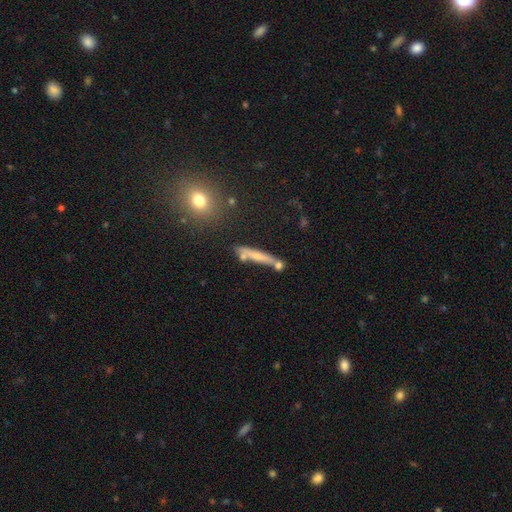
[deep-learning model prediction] Smooth or featured: smooth — 53% (featured or disk — 36%)
How rounded: cigar-shaped — 89% (in between — 8%)
Merging: none — 67% (minor disturbance — 15%)